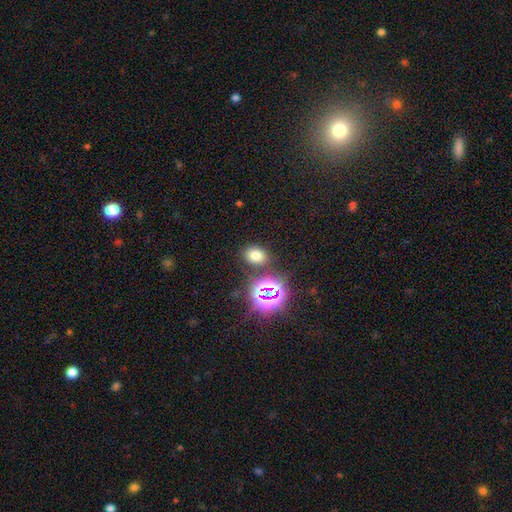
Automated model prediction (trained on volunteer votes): This appears to be a smooth galaxy with no disk features (67%) that is in between round and cigar-shaped (57%). Merging: none (81%).